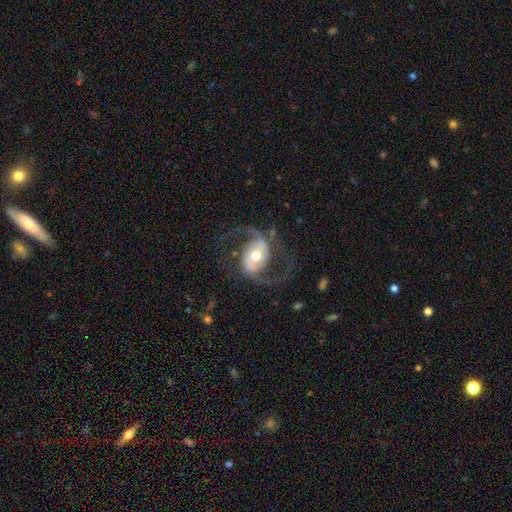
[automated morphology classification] Smooth or featured? featured or disk (89%)
Edge-on disk? no (97%)
Bar? no (36%, tied with weak)
Spiral arms? yes (95%)
Spiral winding? medium (46%)
Spiral arm count? 2 (93%)
Bulge size? moderate (71%)
Merging? none (71%)